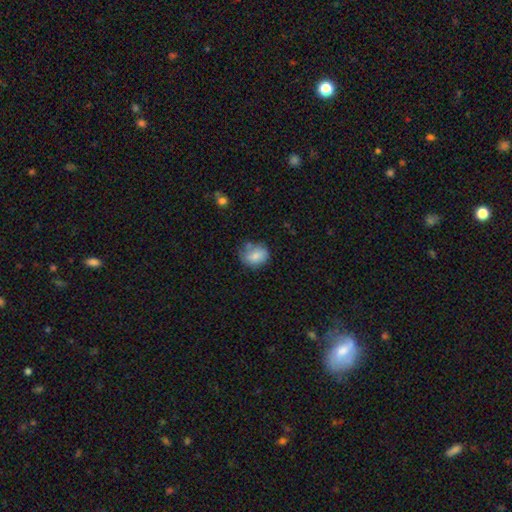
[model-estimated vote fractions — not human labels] Overall: smooth (78%). How rounded: round (57%; in between 42%). Merging: none (56%; minor disturbance 30%).